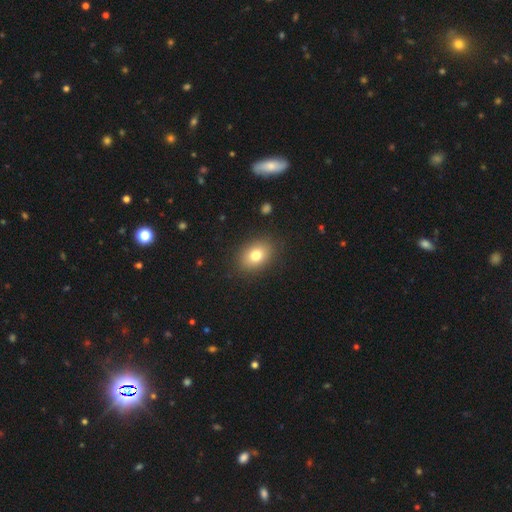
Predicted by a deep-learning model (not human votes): Smooth or featured? Predicted: smooth (p=0.77). How rounded? Predicted: in between (p=0.64). Merging? Predicted: none (p=0.89).